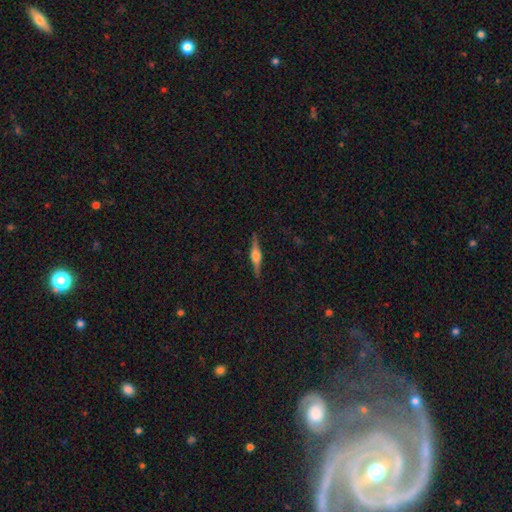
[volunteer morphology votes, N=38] smooth_or_featured: featured or disk (p=0.89) [alt: smooth p=0.11]
disk_edge_on: yes (p=0.94) [alt: no p=0.06]
edge_on_bulge: rounded (p=0.75) [alt: boxy p=0.25]
merging: none (p=0.89) [alt: minor disturbance p=0.05]